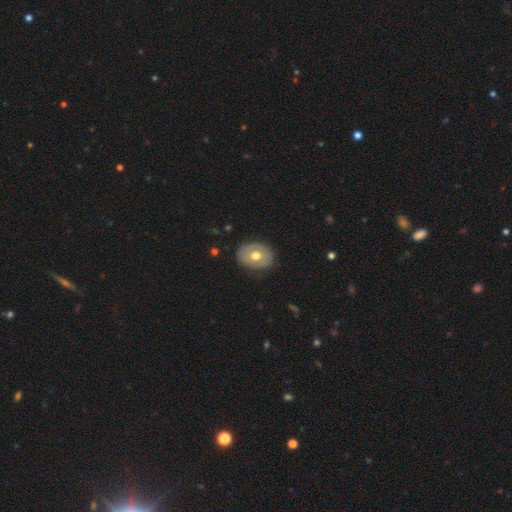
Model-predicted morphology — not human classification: smooth_or_featured: smooth (p=0.57) [alt: featured or disk p=0.37]
how_rounded: in between (p=0.63) [alt: round p=0.37]
merging: none (p=0.84) [alt: minor disturbance p=0.12]